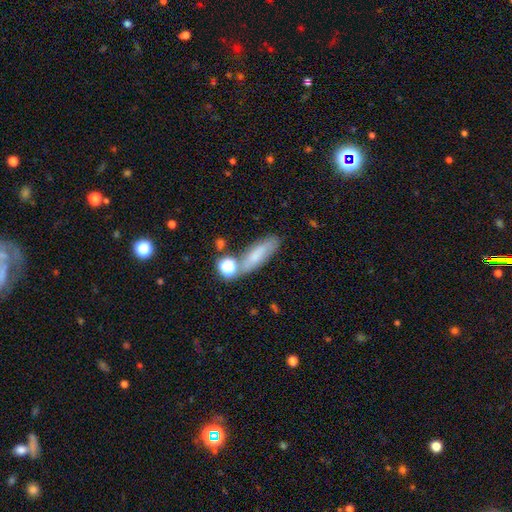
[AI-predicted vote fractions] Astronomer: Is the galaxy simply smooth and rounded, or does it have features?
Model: smooth — 64%.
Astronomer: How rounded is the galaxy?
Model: cigar-shaped — 48% (runner-up: in between, 47%).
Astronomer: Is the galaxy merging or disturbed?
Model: none — 59%.